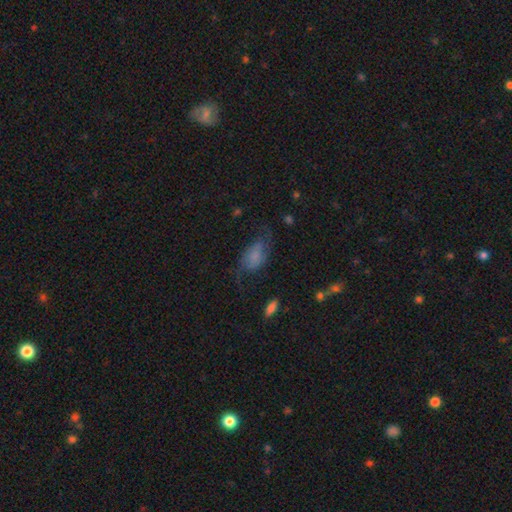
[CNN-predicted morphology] smooth-or-featured: featured or disk: 45% | smooth: 43% | star or artifact: 11%
  merging: none: 49% | major disturbance: 24% | minor disturbance: 24% | merger: 2%